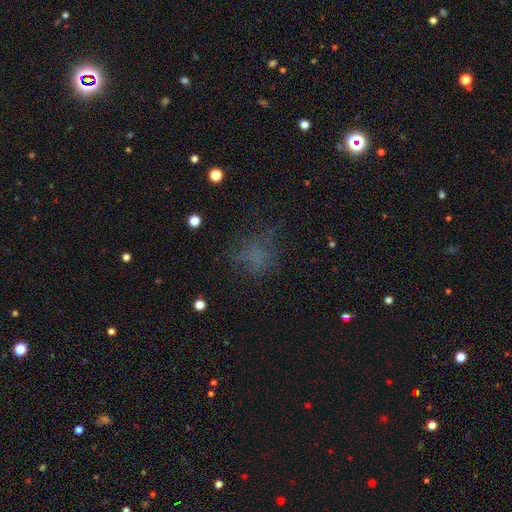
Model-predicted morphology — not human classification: Smooth or featured? smooth (53%)
How rounded? round (66%)
Merging? none (59%)